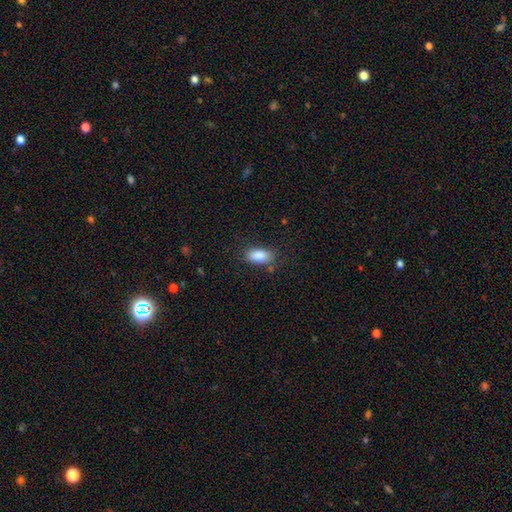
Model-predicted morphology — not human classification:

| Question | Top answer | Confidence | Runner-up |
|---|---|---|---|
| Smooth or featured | smooth | 86% | star or artifact (8%) |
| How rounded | in between | 90% | cigar-shaped (6%) |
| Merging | none | 81% | minor disturbance (13%) |